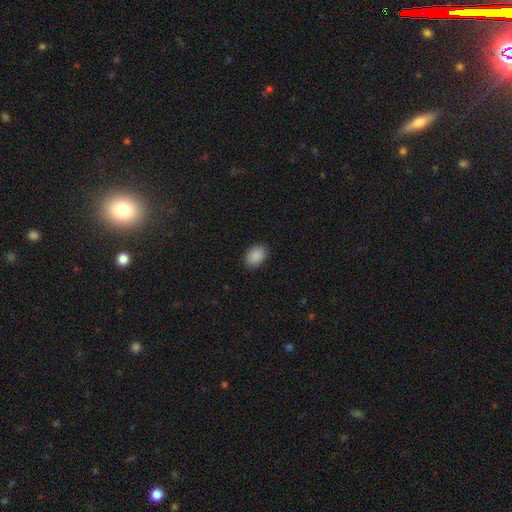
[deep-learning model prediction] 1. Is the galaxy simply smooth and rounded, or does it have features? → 90% smooth, 7% star or artifact, 3% featured or disk.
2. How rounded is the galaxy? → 84% in between, 15% round, 1% cigar-shaped.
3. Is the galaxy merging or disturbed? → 89% none, 8% minor disturbance, 2% major disturbance, 1% merger.